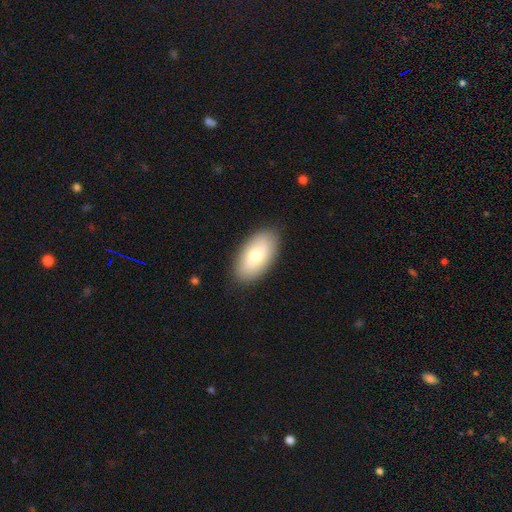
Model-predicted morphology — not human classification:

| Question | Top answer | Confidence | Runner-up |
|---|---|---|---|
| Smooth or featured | smooth | 72% | featured or disk (22%) |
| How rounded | in between | 94% | round (3%) |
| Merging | none | 89% | minor disturbance (8%) |